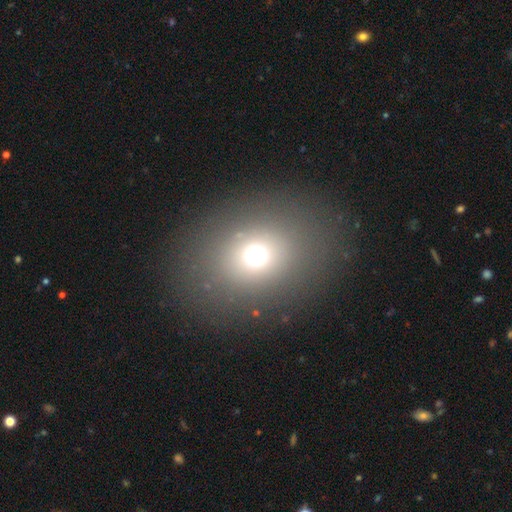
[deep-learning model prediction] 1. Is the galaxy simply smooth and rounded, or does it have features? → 68% smooth, 23% star or artifact, 9% featured or disk.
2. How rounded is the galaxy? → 67% round, 32% in between, 1% cigar-shaped.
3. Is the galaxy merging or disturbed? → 82% none, 9% minor disturbance, 7% major disturbance, 3% merger.